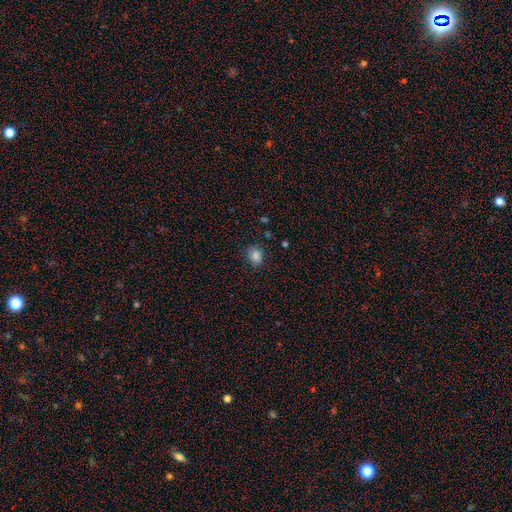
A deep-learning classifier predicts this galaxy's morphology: type=smooth (83%); roundness=in between (51%); merging=none (81%).